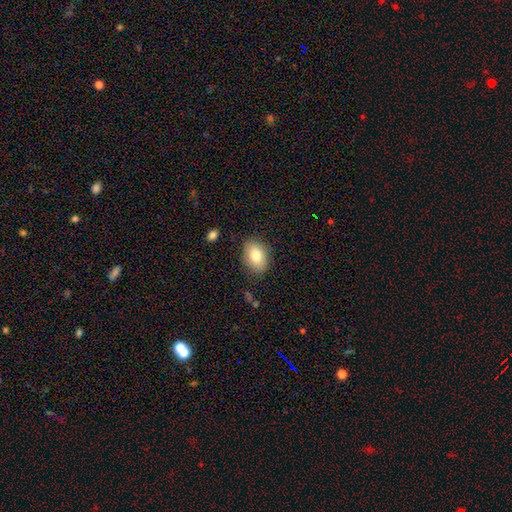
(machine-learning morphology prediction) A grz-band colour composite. It shows a smooth galaxy with no disk features (82%) that is in between round and cigar-shaped (79%). Merging: none (83%).